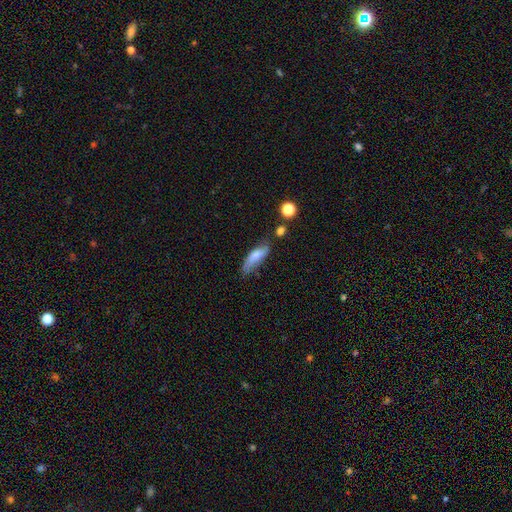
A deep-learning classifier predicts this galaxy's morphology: This is likely a smooth galaxy (69%). How rounded: possibly in between (55%). Merging: possibly none (50%).